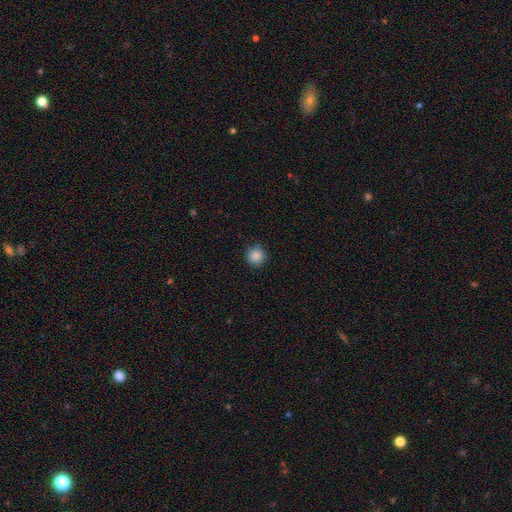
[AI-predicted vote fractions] Morphology: type=smooth (87%); roundness=round (94%); merging=none (89%).